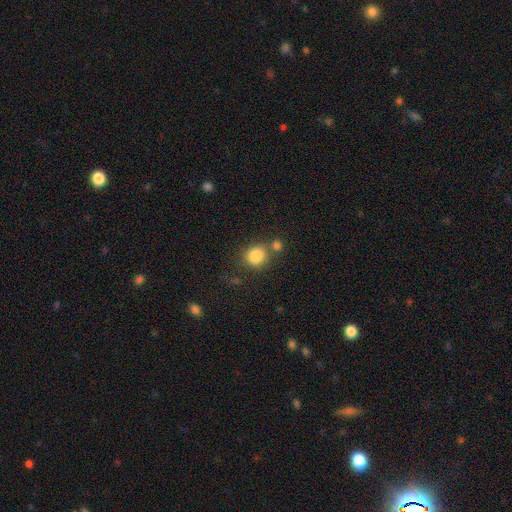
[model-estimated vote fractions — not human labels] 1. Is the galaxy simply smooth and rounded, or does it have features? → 83% smooth, 11% star or artifact, 7% featured or disk.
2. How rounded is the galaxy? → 67% round, 32% in between, 1% cigar-shaped.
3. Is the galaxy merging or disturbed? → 49% none, 27% merger, 16% minor disturbance, 8% major disturbance.